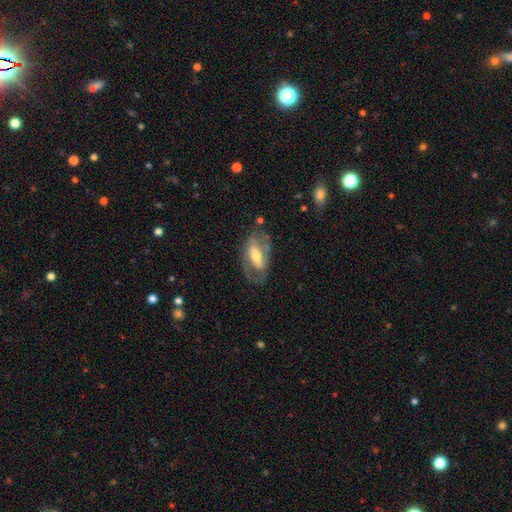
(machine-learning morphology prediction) The model was most divided on "spiral winding": medium: 48%, tight: 30%, loose: 22%. More confident: edge-on disk — no (92%); spiral arm count — 2 (81%); spiral arms — yes (78%); smooth or featured — featured or disk (77%); merging — none (70%); bulge size — moderate (59%); bar — strong (50%).